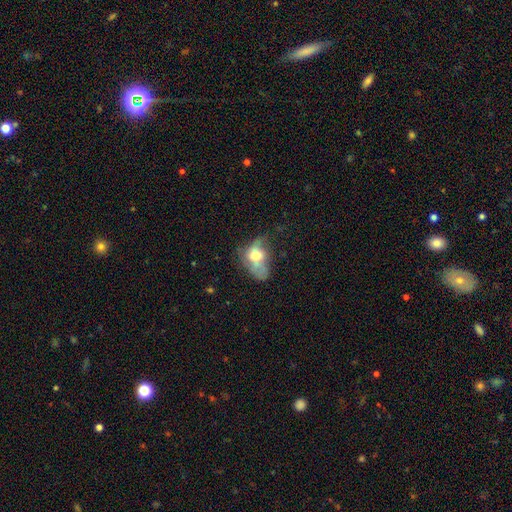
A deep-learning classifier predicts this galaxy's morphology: Smooth or featured: smooth — 52% (featured or disk — 37%)
How rounded: in between — 80% (round — 18%)
Merging: major disturbance — 46% (minor disturbance — 24%)